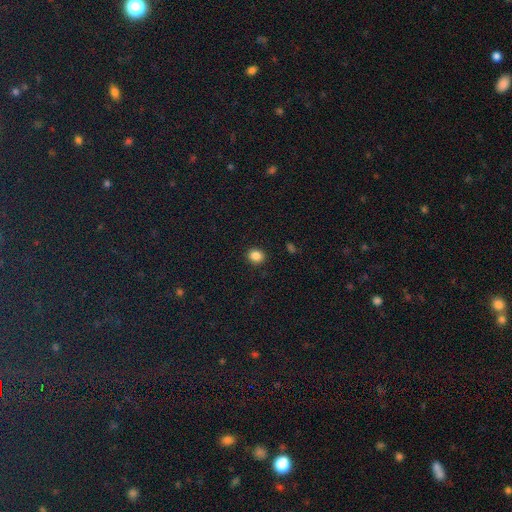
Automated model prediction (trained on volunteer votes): Morphology: type=smooth (86%); roundness=round (70%); merging=none (91%).